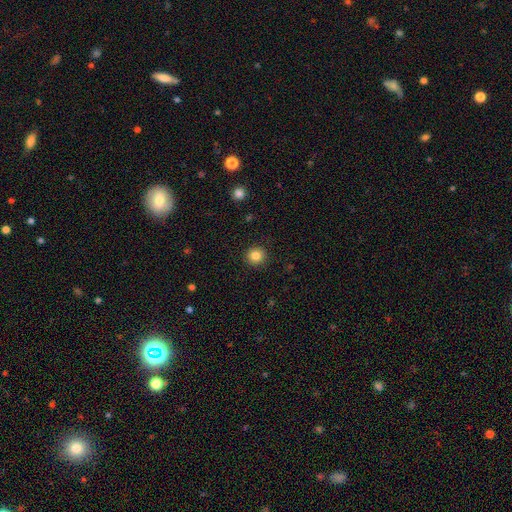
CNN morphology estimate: smooth 84%, star or artifact 11%, featured or disk 5%. Down the decision tree: how rounded — round (94%); merging — none (92%).